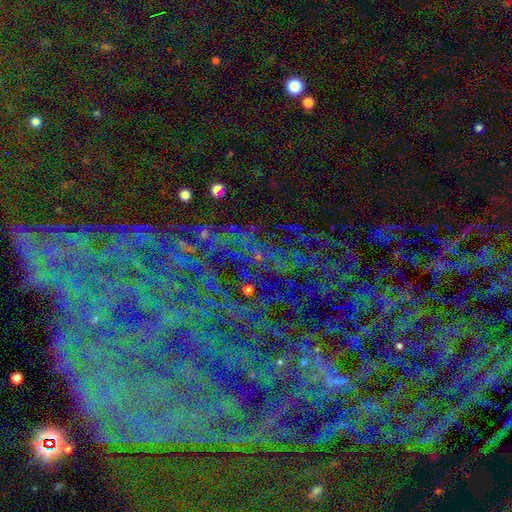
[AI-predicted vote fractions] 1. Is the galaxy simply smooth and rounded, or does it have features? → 82% star or artifact, 10% featured or disk, 8% smooth.